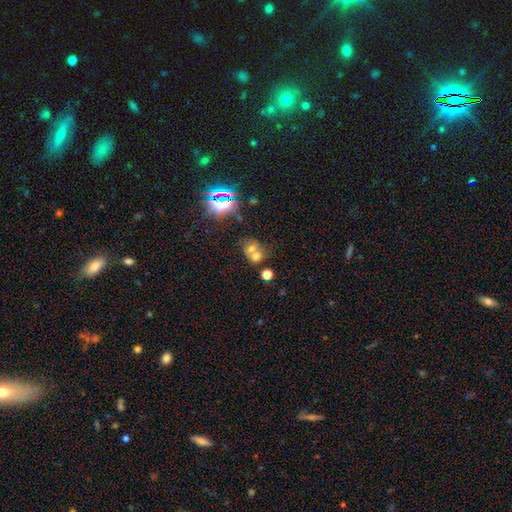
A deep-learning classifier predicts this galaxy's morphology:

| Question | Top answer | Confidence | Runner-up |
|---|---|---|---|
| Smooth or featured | smooth | 57% | featured or disk (22%) |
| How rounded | round | 63% | in between (36%) |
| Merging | merger | 60% | none (28%) |